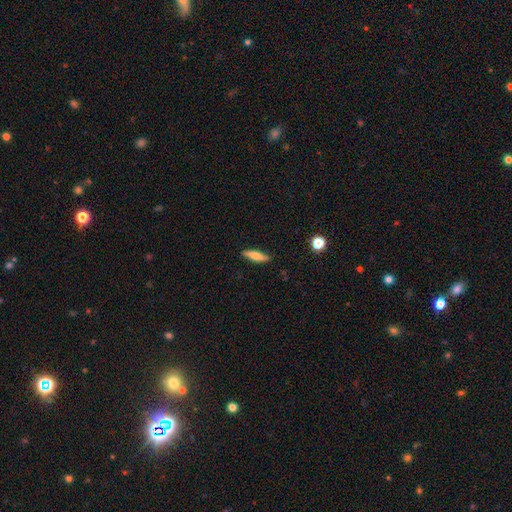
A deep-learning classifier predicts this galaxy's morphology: smooth_or_featured: smooth (p=0.64) [alt: featured or disk p=0.29]
how_rounded: cigar-shaped (p=0.74) [alt: in between p=0.24]
merging: none (p=0.85) [alt: minor disturbance p=0.12]